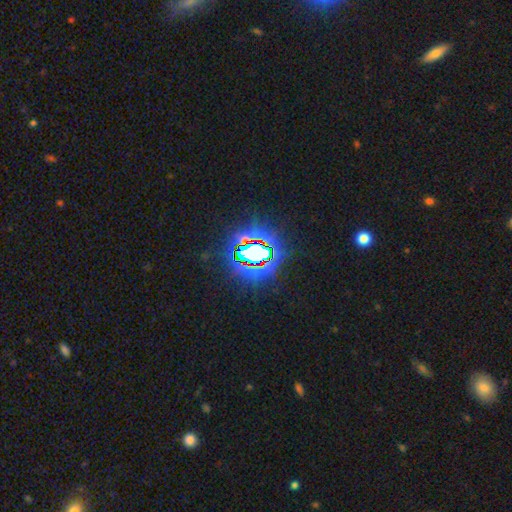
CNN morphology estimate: The model was most divided on "smooth or featured": star or artifact: 77%, smooth: 13%, featured or disk: 10%.